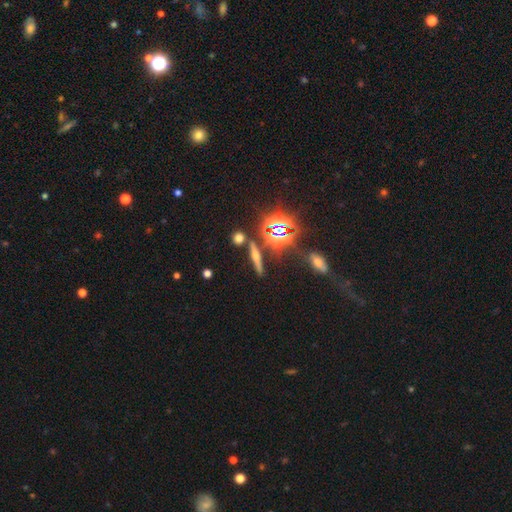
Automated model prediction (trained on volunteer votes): A featured or disk galaxy (41%). Merging: none (81%).